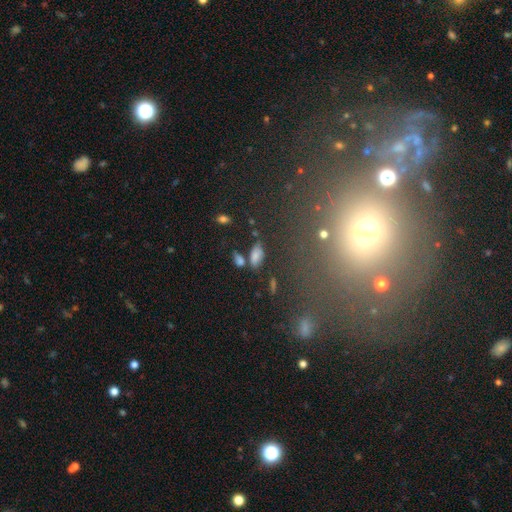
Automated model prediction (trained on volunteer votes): A smooth galaxy with no disk features (78%) that is in between round and cigar-shaped (85%).

Vote fractions:
- Smooth or featured? smooth: 78% / star or artifact: 12% / featured or disk: 11%
- How rounded? in between: 85% / cigar-shaped: 11% / round: 4%
- Merging? none: 61% / minor disturbance: 17% / merger: 16% / major disturbance: 6%